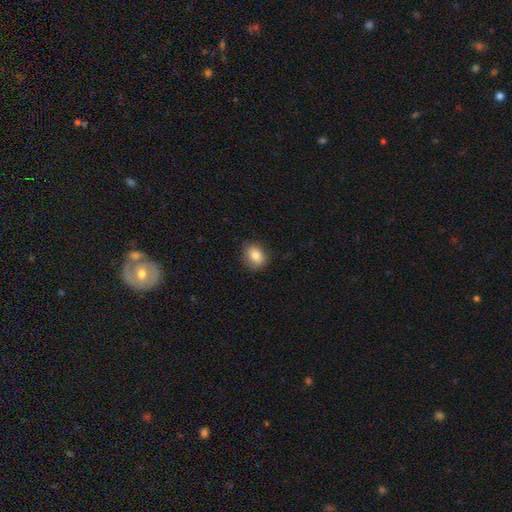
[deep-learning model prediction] Smooth or featured? Predicted: smooth (p=0.83). How rounded? Predicted: in between (p=0.64). Merging? Predicted: none (p=0.82).